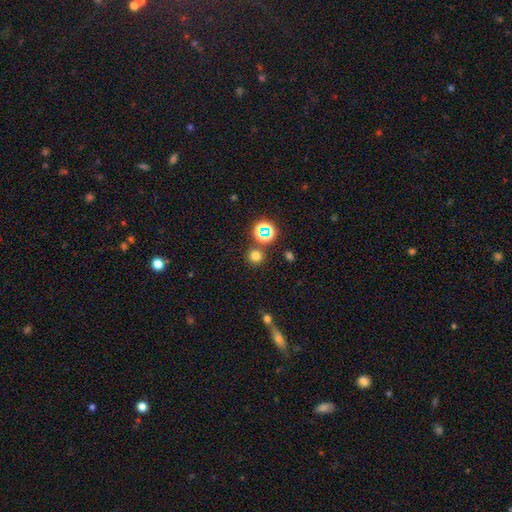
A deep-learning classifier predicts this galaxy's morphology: Smooth or featured? Predicted: smooth (p=0.71). How rounded? Predicted: round (p=0.93). Merging? Predicted: none (p=0.84).